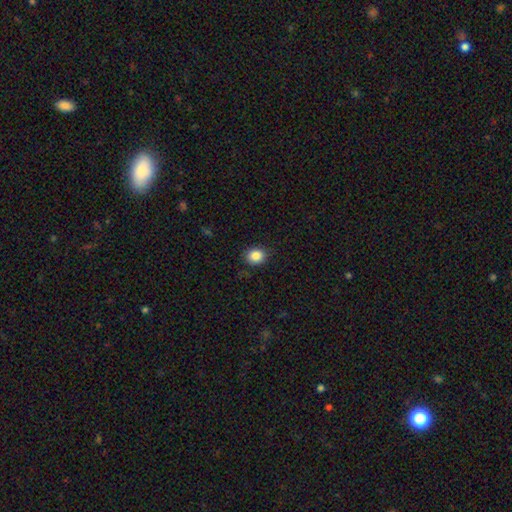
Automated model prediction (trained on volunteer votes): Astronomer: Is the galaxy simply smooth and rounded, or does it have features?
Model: smooth — 86%.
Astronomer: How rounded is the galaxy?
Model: round — 65%.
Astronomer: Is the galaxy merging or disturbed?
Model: none — 85%.